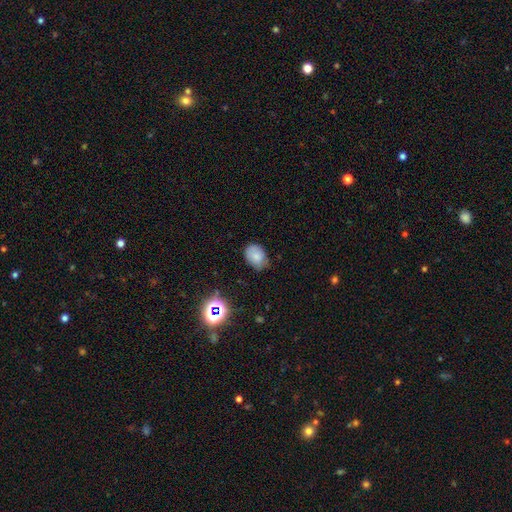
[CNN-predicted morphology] Smooth or featured? smooth (78%)
How rounded? in between (71%)
Merging? none (64%)